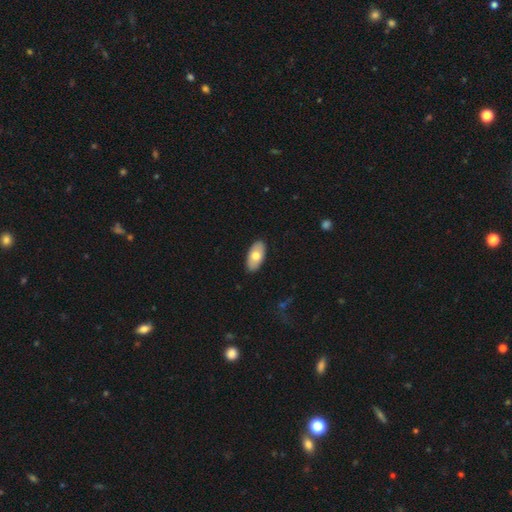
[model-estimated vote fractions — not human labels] A smooth galaxy with no disk features (71%) that is in between round and cigar-shaped (94%). Merging: none (89%).